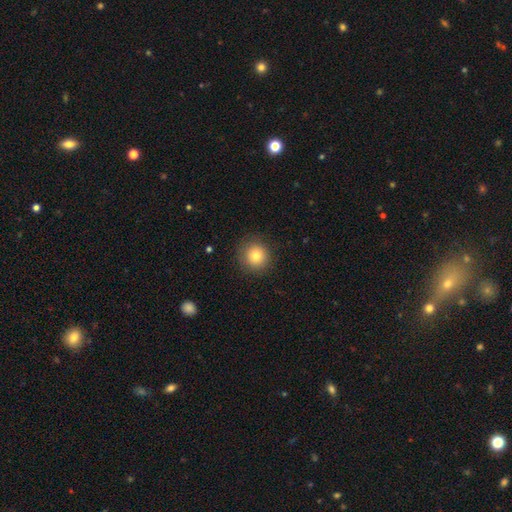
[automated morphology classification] This is clearly a smooth galaxy (81%). How rounded: clearly round (93%). Merging: clearly none (89%).